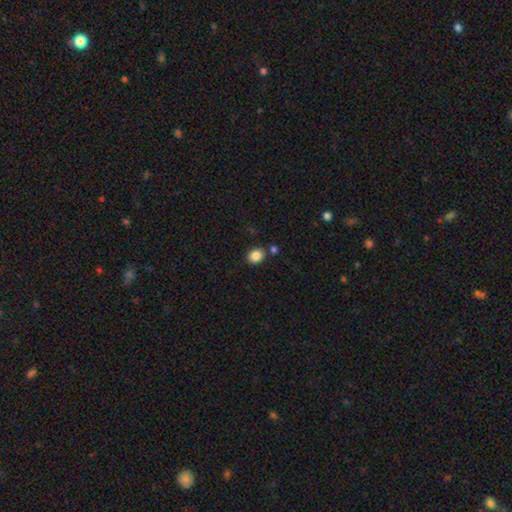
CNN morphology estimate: Smooth or featured: smooth — 86% (star or artifact — 9%)
How rounded: round — 58% (in between — 41%)
Merging: none — 80% (minor disturbance — 9%)